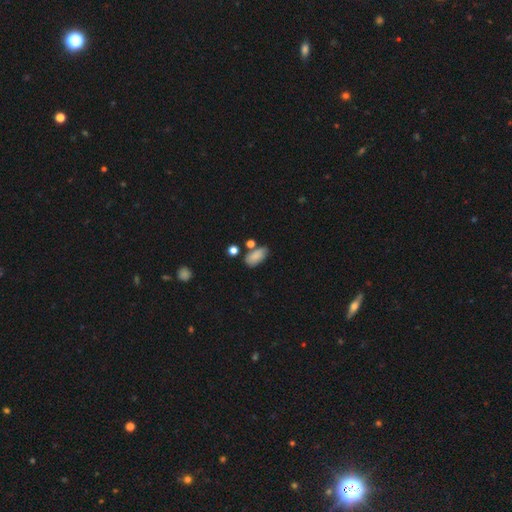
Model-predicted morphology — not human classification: Smooth or featured?
  - smooth: 81% *
  - featured or disk: 10%
  - star or artifact: 9%
How rounded?
  - in between: 90% *
  - round: 6%
  - cigar-shaped: 4%
Merging?
  - none: 57% *
  - minor disturbance: 21%
  - merger: 15%
  - major disturbance: 7%